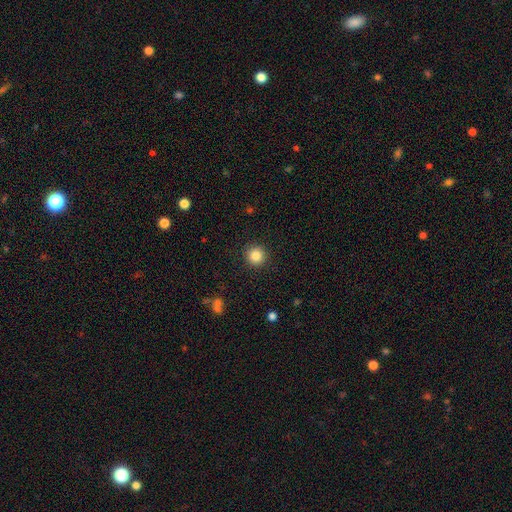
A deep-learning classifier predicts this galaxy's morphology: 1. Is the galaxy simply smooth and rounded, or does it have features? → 85% smooth, 10% star or artifact, 5% featured or disk.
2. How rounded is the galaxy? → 95% round, 4% in between, 1% cigar-shaped.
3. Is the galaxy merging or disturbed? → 91% none, 6% minor disturbance, 2% major disturbance, 1% merger.